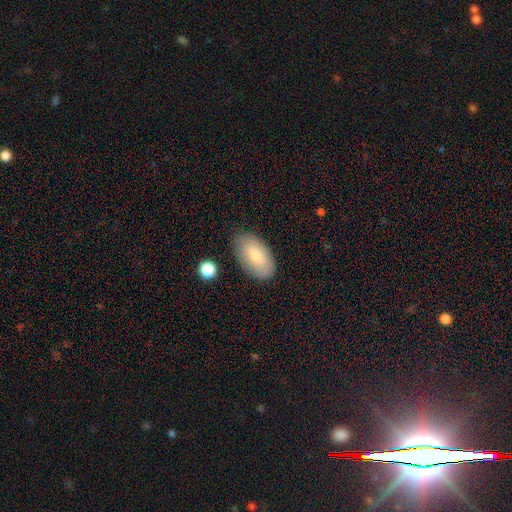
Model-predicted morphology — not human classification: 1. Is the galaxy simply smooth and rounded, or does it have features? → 76% smooth, 17% featured or disk, 7% star or artifact.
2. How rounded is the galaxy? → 95% in between, 3% round, 2% cigar-shaped.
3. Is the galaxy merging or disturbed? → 82% none, 13% minor disturbance, 3% major disturbance, 2% merger.